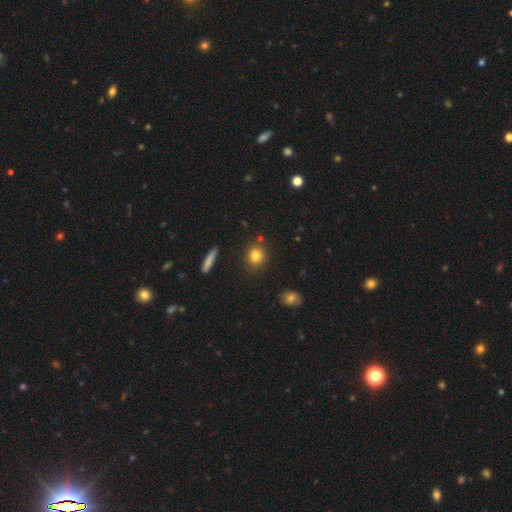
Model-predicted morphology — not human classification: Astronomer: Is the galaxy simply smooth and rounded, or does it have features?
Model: smooth — 81%.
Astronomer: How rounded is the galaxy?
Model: round — 79%.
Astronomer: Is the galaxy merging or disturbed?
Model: none — 84%.